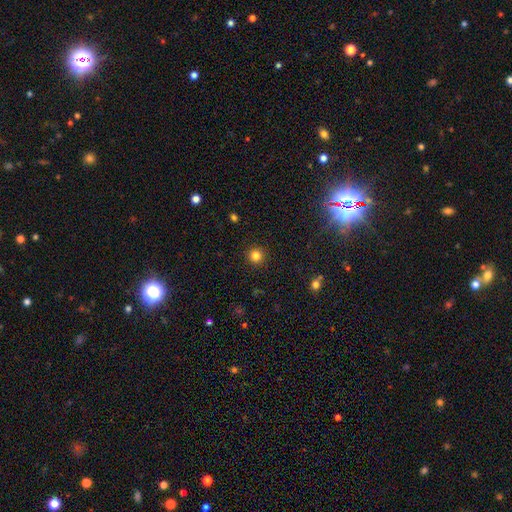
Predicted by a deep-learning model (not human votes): Q: Smooth or featured?
A: smooth (82%); runner-up: star or artifact (13%)
Q: How rounded?
A: round (95%); runner-up: in between (4%)
Q: Merging?
A: none (92%); runner-up: minor disturbance (5%)